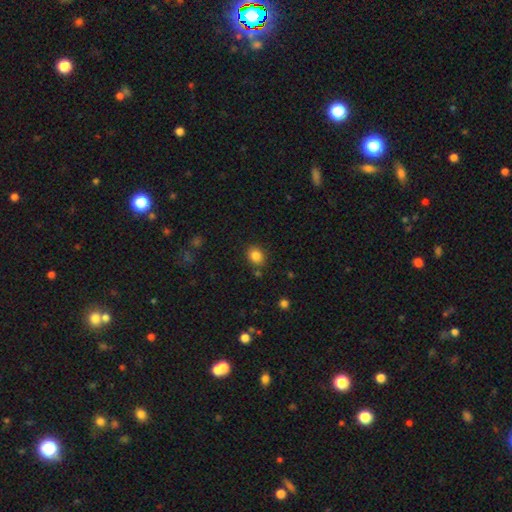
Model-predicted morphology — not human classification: Overall: smooth (85%). How rounded: round (56%; in between 44%). Merging: none (83%).